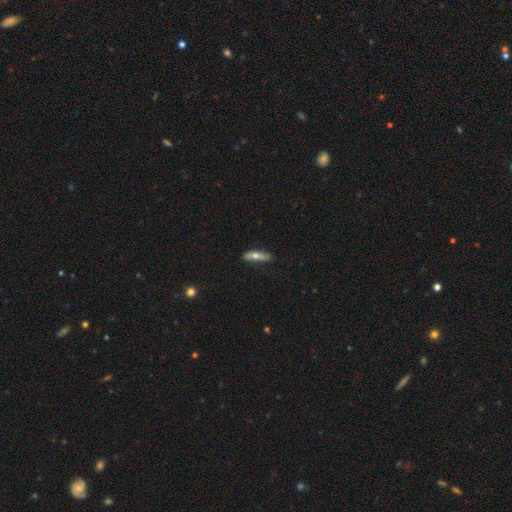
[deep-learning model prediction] This is possibly a smooth galaxy (60%). How rounded: possibly cigar-shaped (59%). Merging: clearly none (83%).